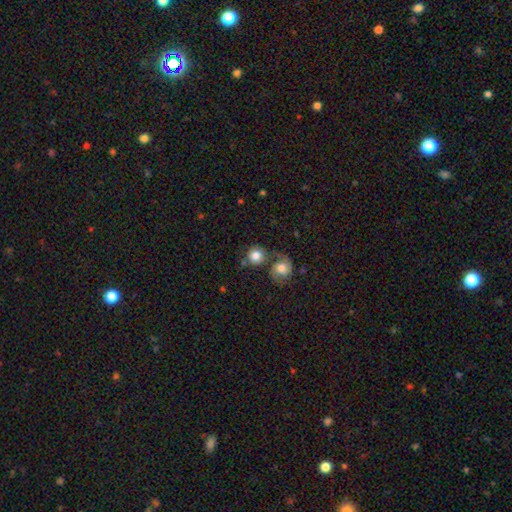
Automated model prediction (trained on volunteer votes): smooth_or_featured: smooth (p=0.78) [alt: featured or disk p=0.15]
how_rounded: round (p=0.88) [alt: in between p=0.11]
merging: none (p=0.49) [alt: merger p=0.34]